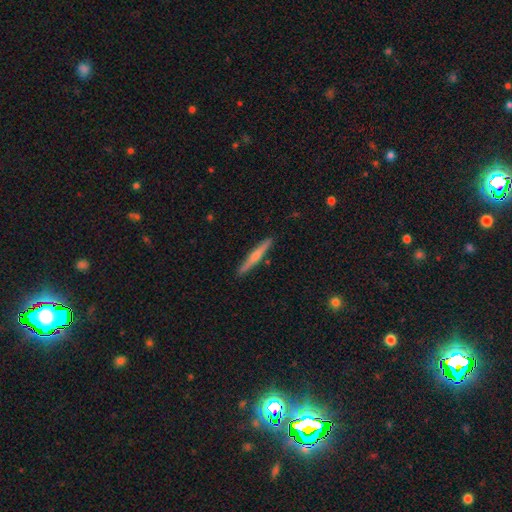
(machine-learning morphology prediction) Smooth or featured? featured or disk (55%)
Edge-on disk? yes (97%)
Edge-on bulge? rounded (70%)
Merging? none (91%)